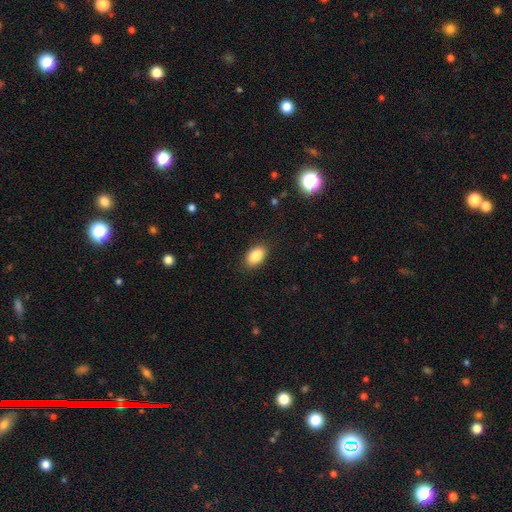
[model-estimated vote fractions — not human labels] The model was most divided on "merging": none: 88%, minor disturbance: 9%, major disturbance: 2%, merger: 1%. More confident: how rounded — in between (91%); smooth or featured — smooth (87%).